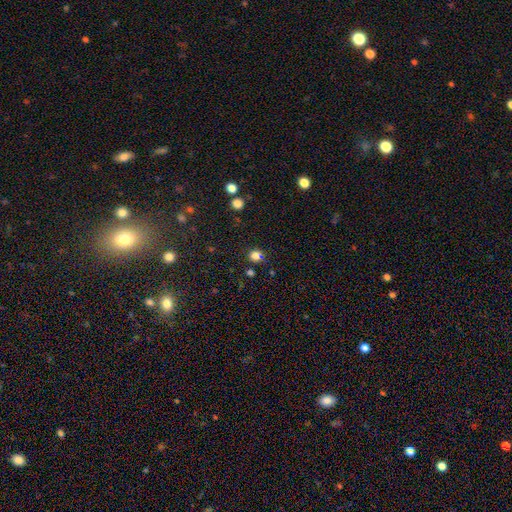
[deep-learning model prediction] Smooth or featured: smooth — 77% (star or artifact — 17%)
How rounded: round — 67% (in between — 32%)
Merging: none — 71% (minor disturbance — 13%)